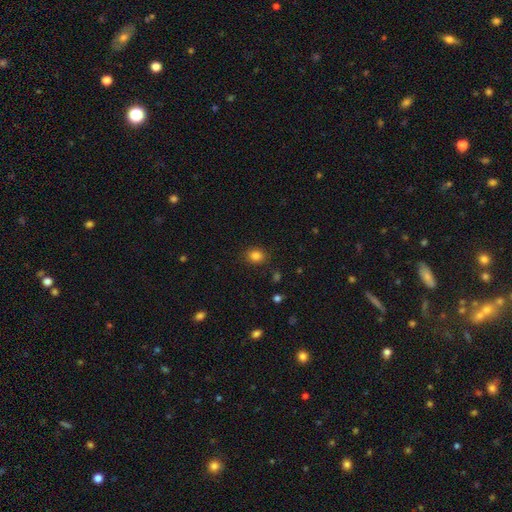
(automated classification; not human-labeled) Morphology: type=smooth (84%); roundness=round (64%); merging=none (87%).